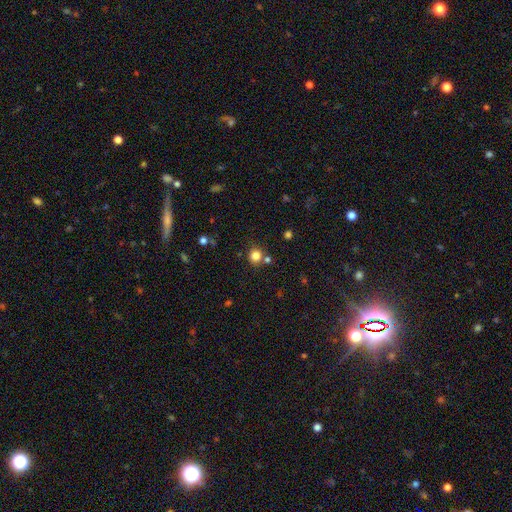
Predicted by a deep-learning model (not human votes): The model was most divided on "merging": none: 74%, merger: 13%, minor disturbance: 10%, major disturbance: 3%. More confident: how rounded — round (88%); smooth or featured — smooth (81%).